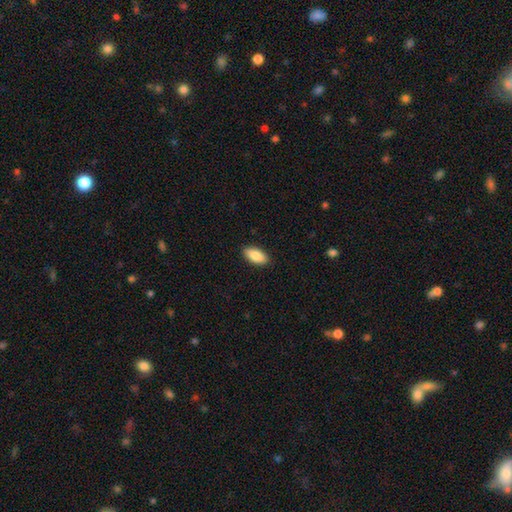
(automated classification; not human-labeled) Smooth or featured? Predicted: smooth (p=0.86). How rounded? Predicted: in between (p=0.89). Merging? Predicted: none (p=0.89).